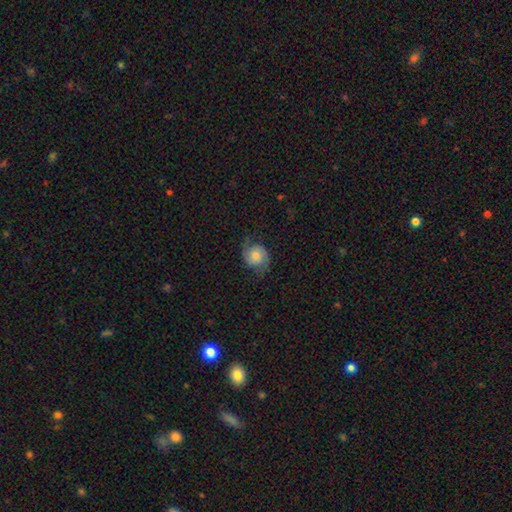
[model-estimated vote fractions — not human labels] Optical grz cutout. It shows a featured or disk galaxy (59%) with no bar (74%), 2 (90%) loose (41%) spiral arms (92%) and a moderate central bulge (53%). Merging: none (70%).